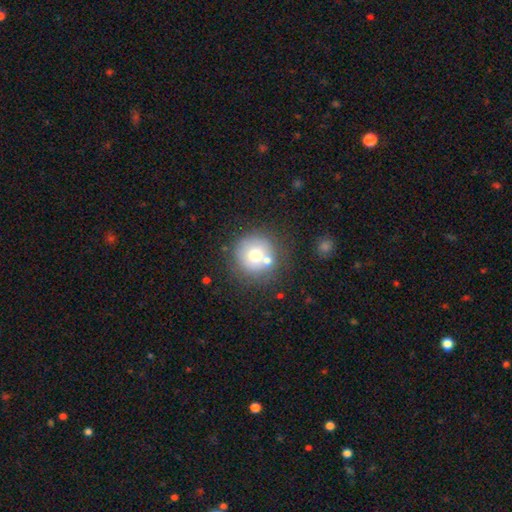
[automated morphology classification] Q: Smooth or featured?
A: smooth (69%); runner-up: featured or disk (19%)
Q: How rounded?
A: round (93%); runner-up: in between (6%)
Q: Merging?
A: none (65%); runner-up: merger (19%)